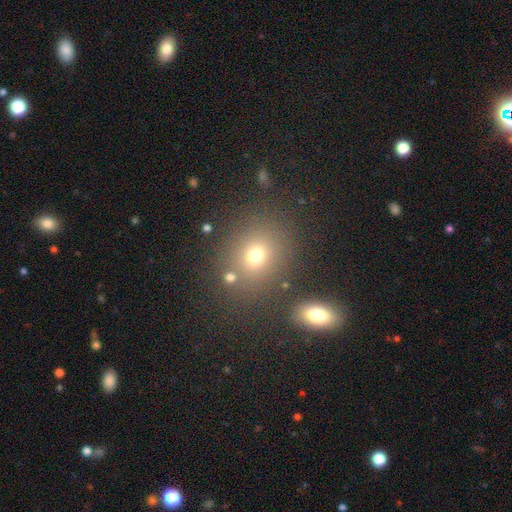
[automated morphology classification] Smooth or featured?
  - smooth: 71% *
  - star or artifact: 18%
  - featured or disk: 11%
How rounded?
  - round: 63% *
  - in between: 35%
  - cigar-shaped: 1%
Merging?
  - none: 76% *
  - minor disturbance: 10%
  - merger: 10%
  - major disturbance: 5%